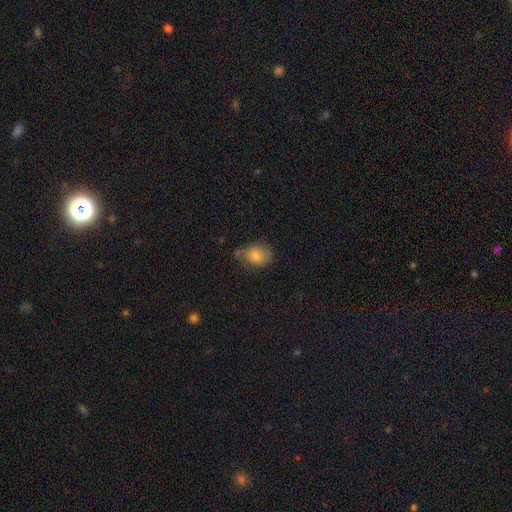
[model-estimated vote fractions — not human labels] Morphology: type=smooth (75%); roundness=round (59%); merging=none (60%).